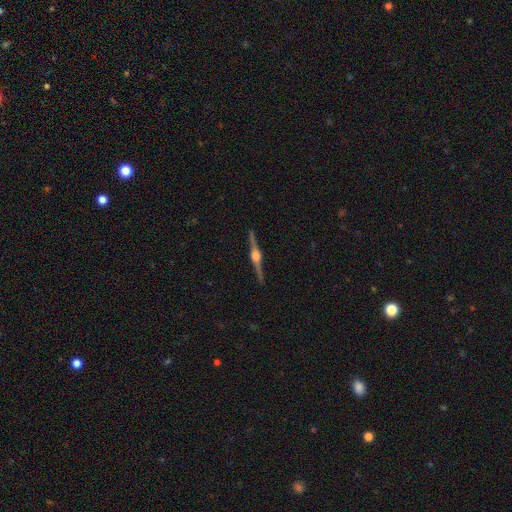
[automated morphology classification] featured or disk 88%, smooth 7%, star or artifact 5%. Down the decision tree: edge-on disk — yes (99%); edge-on bulge — rounded (93%); merging — none (92%).